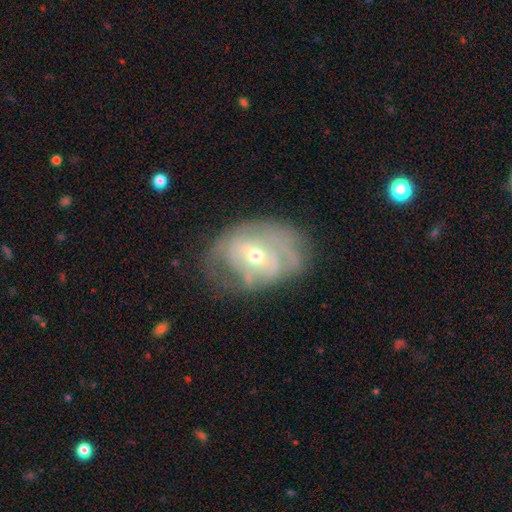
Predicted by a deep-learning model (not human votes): A featured or disk galaxy (70%) with no bar (57%), spiral arms (67%) and a moderate central bulge (49%).

Vote fractions:
- Smooth or featured? featured or disk: 70% / smooth: 22% / star or artifact: 8%
- Edge-on disk? no: 95% / yes: 5%
- Bar? no: 57% / weak: 31% / strong: 11%
- Spiral arms? yes: 67% / no: 33%
- Bulge size? moderate: 49% / small: 47% / large: 3% / none: 1% / dominant: 1%
- Merging? none: 47% / minor disturbance: 28% / major disturbance: 23% / merger: 2%